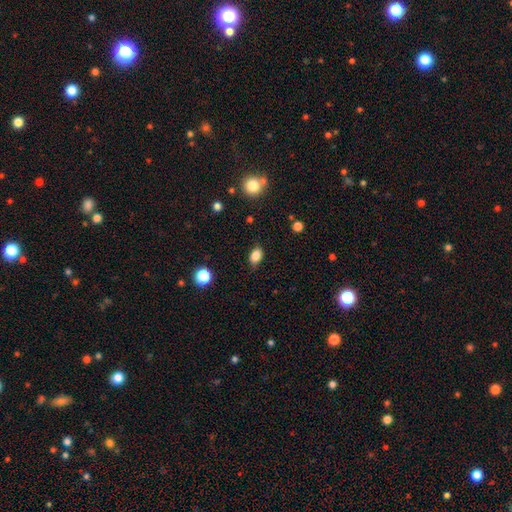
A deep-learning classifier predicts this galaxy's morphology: type=smooth (85%); roundness=in between (80%); merging=none (80%).